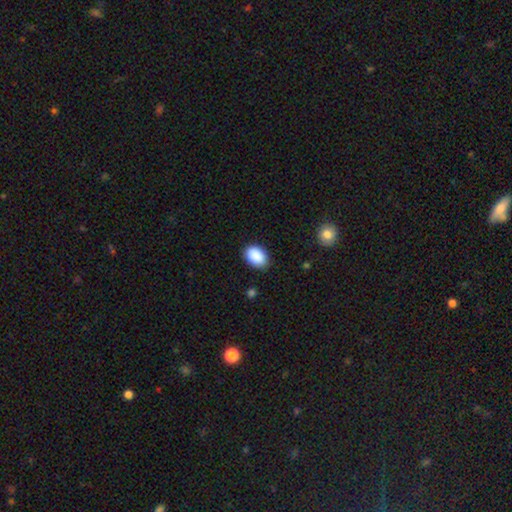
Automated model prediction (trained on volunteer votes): This appears to be a smooth galaxy with no disk features (90%) that is in between round and cigar-shaped (83%). Merging: none (83%).